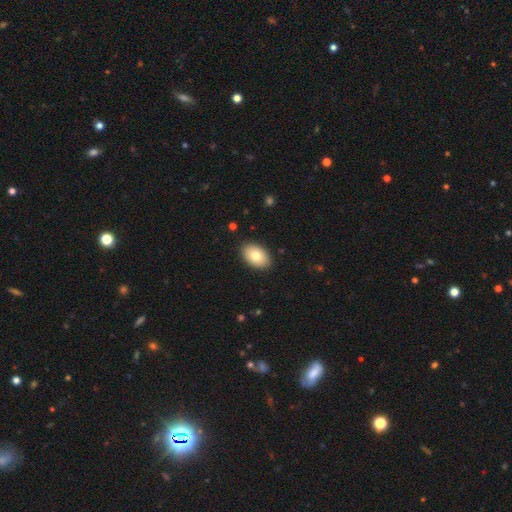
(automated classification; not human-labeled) smooth 79%, featured or disk 14%, star or artifact 7%. Down the decision tree: how rounded — in between (90%); merging — none (89%).